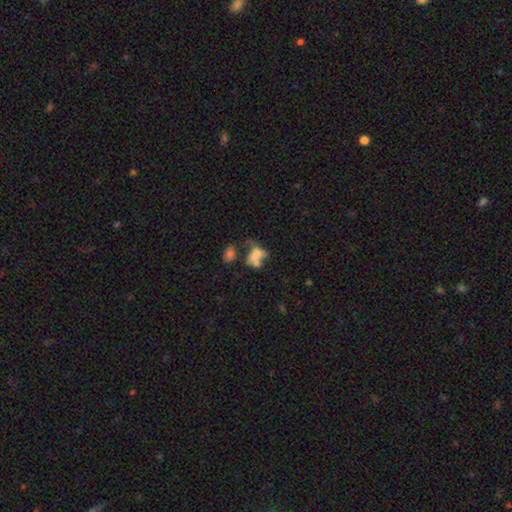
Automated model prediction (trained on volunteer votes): This appears to be a smooth galaxy with no disk features (57%) that is in between round and cigar-shaped (78%). Merging: merger (42%).